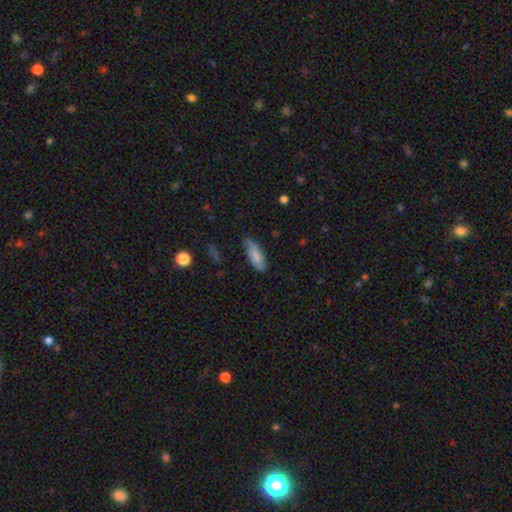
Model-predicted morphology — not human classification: Smooth or featured? Predicted: smooth (p=0.81). How rounded? Predicted: in between (p=0.63). Merging? Predicted: none (p=0.69).